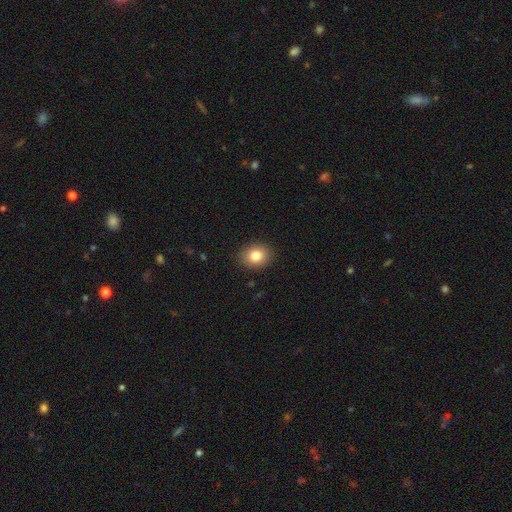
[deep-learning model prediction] This is clearly a smooth galaxy (83%). How rounded: possibly round (55%). Merging: clearly none (89%).